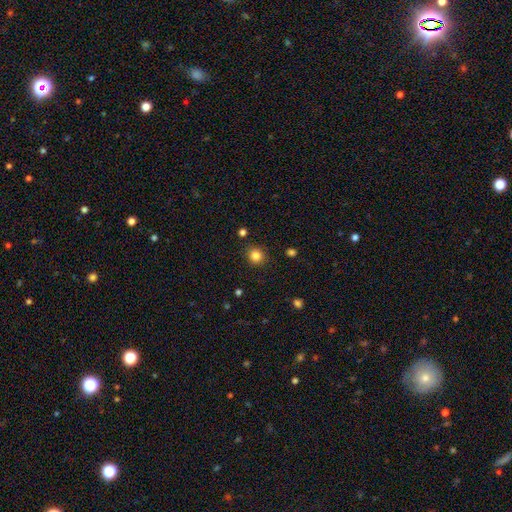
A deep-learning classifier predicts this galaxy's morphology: type=smooth (84%); roundness=round (89%); merging=none (89%).